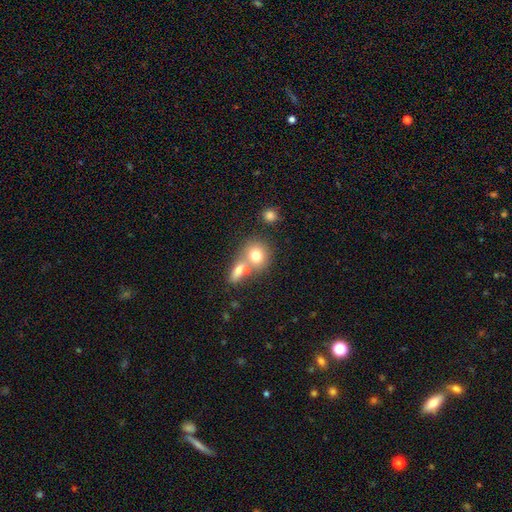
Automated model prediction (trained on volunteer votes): smooth_or_featured: smooth (p=0.74) [alt: featured or disk p=0.16]
how_rounded: round (p=0.77) [alt: in between p=0.21]
merging: none (p=0.45) [alt: merger p=0.43]